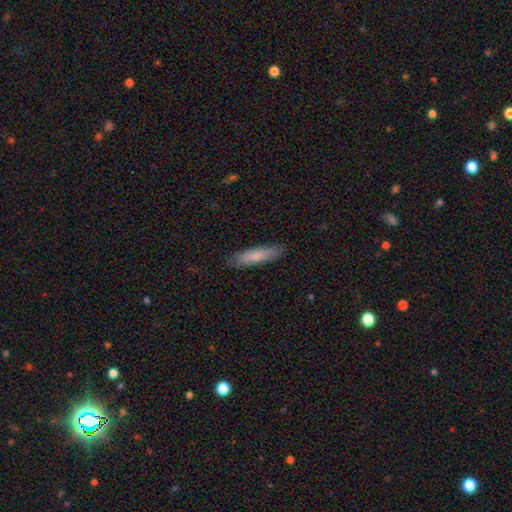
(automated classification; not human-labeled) Morphology: type=smooth (78%); roundness=cigar-shaped (79%); merging=none (86%).